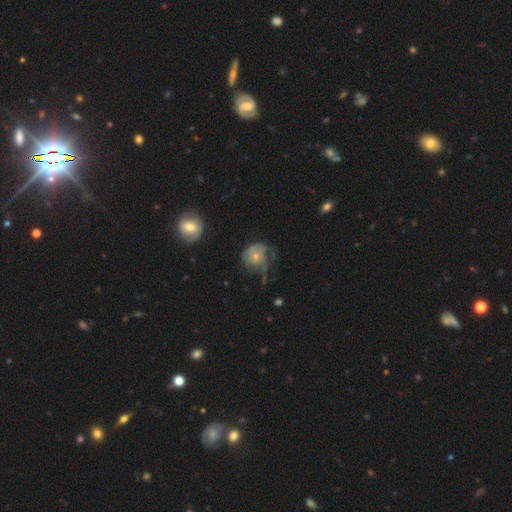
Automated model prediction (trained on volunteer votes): Smooth or featured? Predicted: smooth (p=0.46). Merging? Predicted: none (p=0.40).